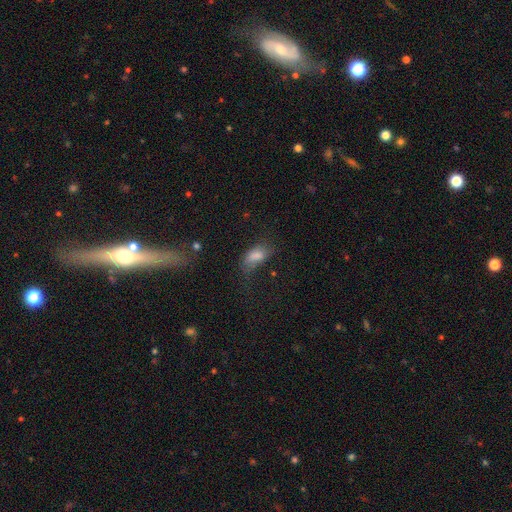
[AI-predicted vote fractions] A smooth galaxy with no disk features (69%) that is in between round and cigar-shaped (86%).

Vote fractions:
- Smooth or featured? smooth: 69% / featured or disk: 18% / star or artifact: 14%
- How rounded? in between: 86% / cigar-shaped: 7% / round: 7%
- Merging? none: 34% (tied) / major disturbance: 34% (tied) / minor disturbance: 26% / merger: 7%